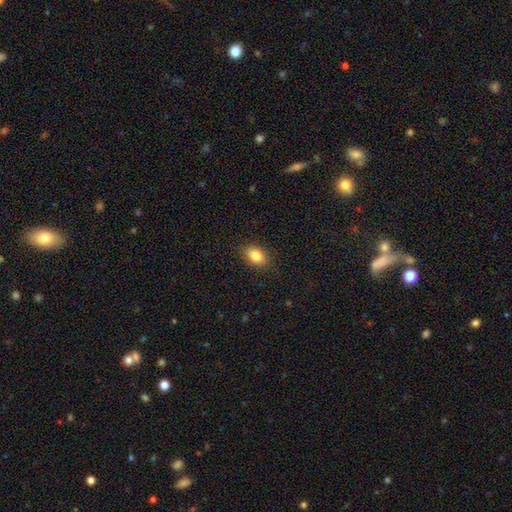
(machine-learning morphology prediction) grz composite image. It shows a smooth galaxy with no disk features (85%) that is in between round and cigar-shaped (84%). Merging: none (87%).